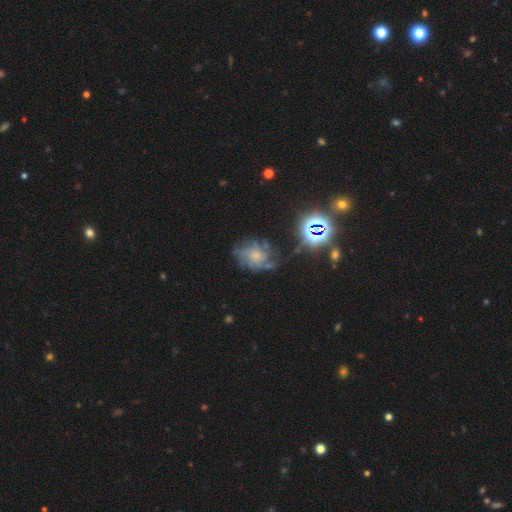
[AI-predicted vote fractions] This is possibly a featured or disk galaxy (57%). It is clearly not viewed edge-on (97%). Bar: clearly no (83%). Spiral arm pattern: likely yes (76%). Central bulge: possibly small (49%). Merging: possibly none (52%).